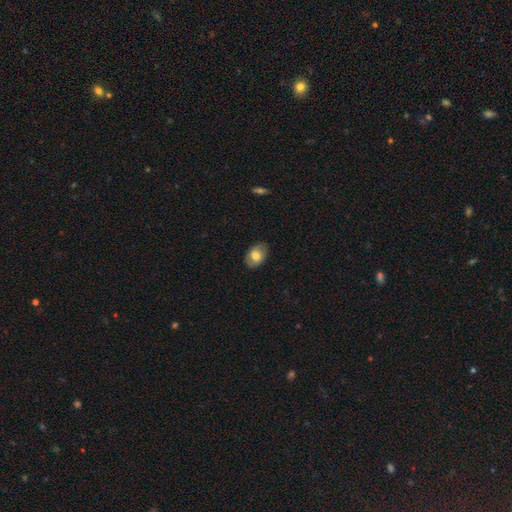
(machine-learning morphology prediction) The model was most divided on "smooth or featured": smooth: 70%, featured or disk: 23%, star or artifact: 7%. More confident: how rounded — in between (84%); merging — none (80%).